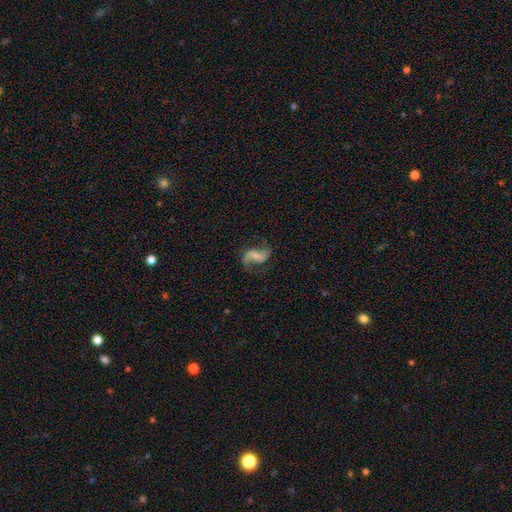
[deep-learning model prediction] Morphology: type=featured or disk (83%); edge-on=no (98%); bar=weak (42%); spiral arms=yes (96%); winding=loose (64%); arm count=2 (91%); bulge=small (41%); merging=none (72%).